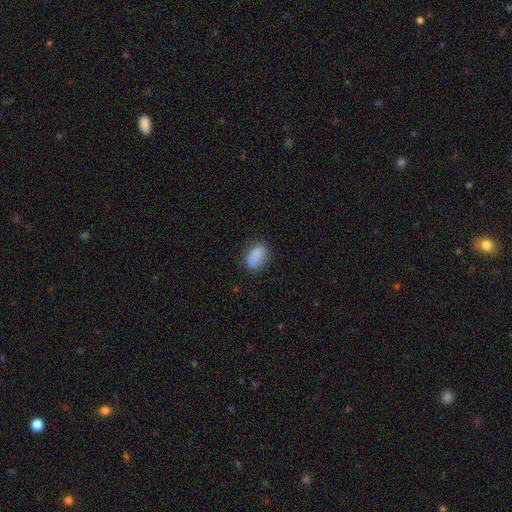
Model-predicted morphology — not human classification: Q: Smooth or featured?
A: smooth (86%); runner-up: star or artifact (8%)
Q: How rounded?
A: in between (87%); runner-up: round (11%)
Q: Merging?
A: none (70%); runner-up: minor disturbance (22%)